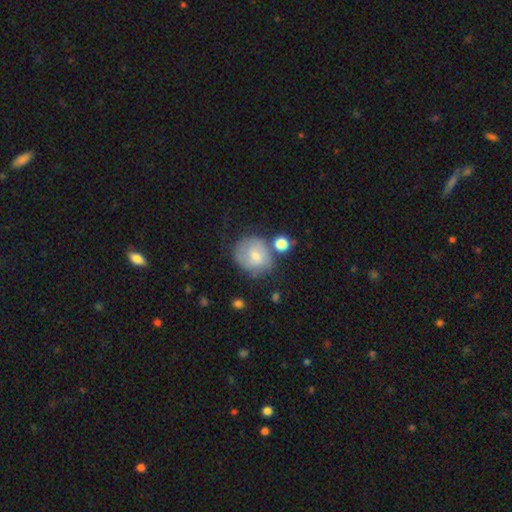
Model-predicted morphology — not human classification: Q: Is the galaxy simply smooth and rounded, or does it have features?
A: smooth — 61%.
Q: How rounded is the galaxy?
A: round — 75%.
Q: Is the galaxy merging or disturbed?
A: none — 55%.